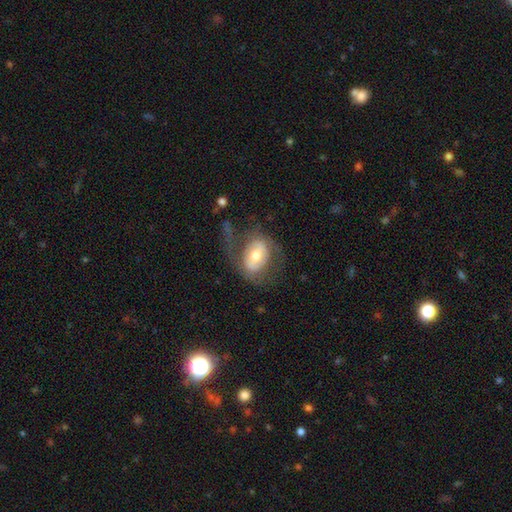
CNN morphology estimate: A featured or disk galaxy (52%). Merging: none (48%).